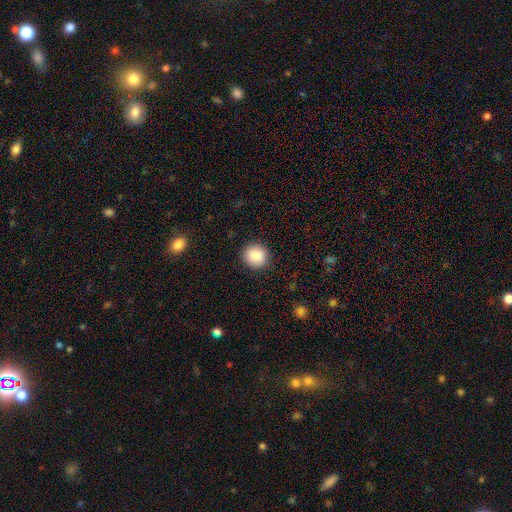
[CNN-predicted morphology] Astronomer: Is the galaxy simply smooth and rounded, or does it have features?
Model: smooth — 88%.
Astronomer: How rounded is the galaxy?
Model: round — 92%.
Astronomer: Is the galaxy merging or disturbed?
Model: none — 91%.